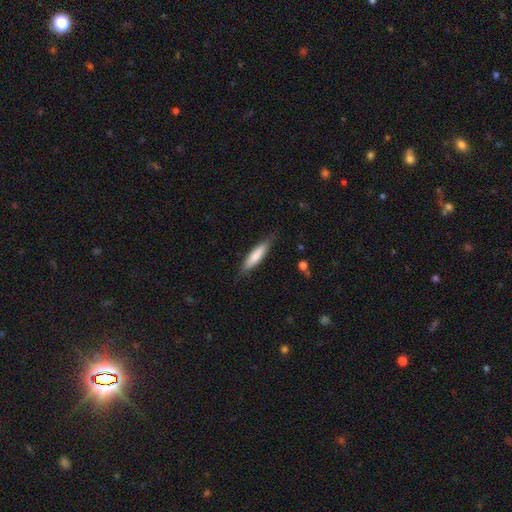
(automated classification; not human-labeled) Smooth or featured? Predicted: smooth (p=0.77). How rounded? Predicted: cigar-shaped (p=0.77). Merging? Predicted: none (p=0.80).